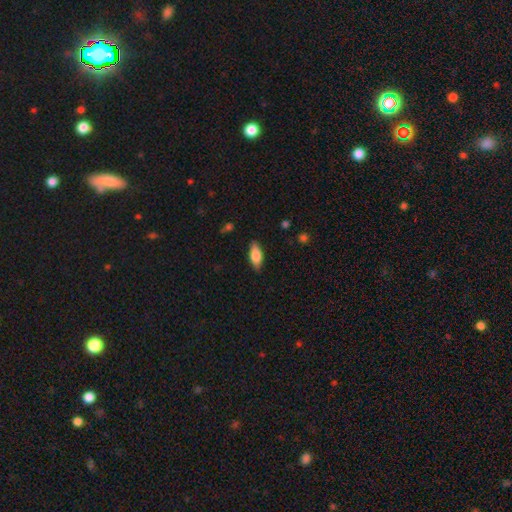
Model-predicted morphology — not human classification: Smooth or featured: smooth — 74% (featured or disk — 20%)
How rounded: in between — 80% (cigar-shaped — 17%)
Merging: none — 85% (minor disturbance — 12%)